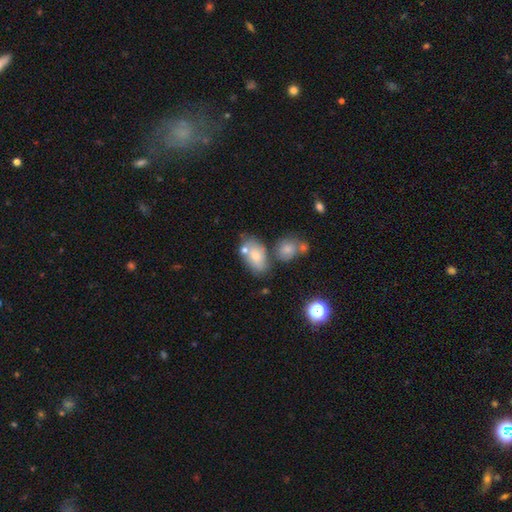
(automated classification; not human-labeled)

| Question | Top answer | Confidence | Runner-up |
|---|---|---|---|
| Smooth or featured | smooth | 68% | featured or disk (24%) |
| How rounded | in between | 89% | round (9%) |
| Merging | none | 46% | merger (30%) |